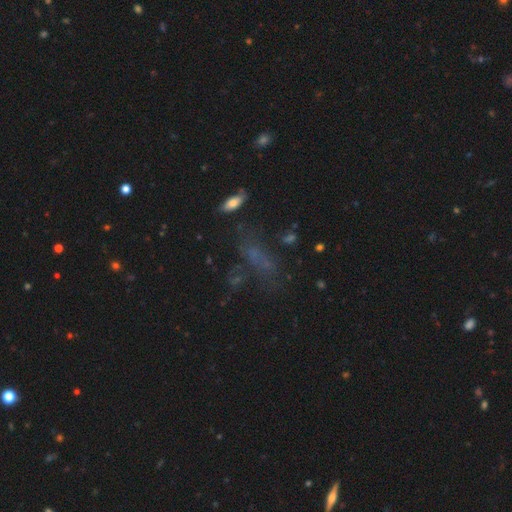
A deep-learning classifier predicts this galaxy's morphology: The model was most divided on "smooth or featured": smooth: 44%, star or artifact: 31%, featured or disk: 25%. More confident: merging — none (50%).